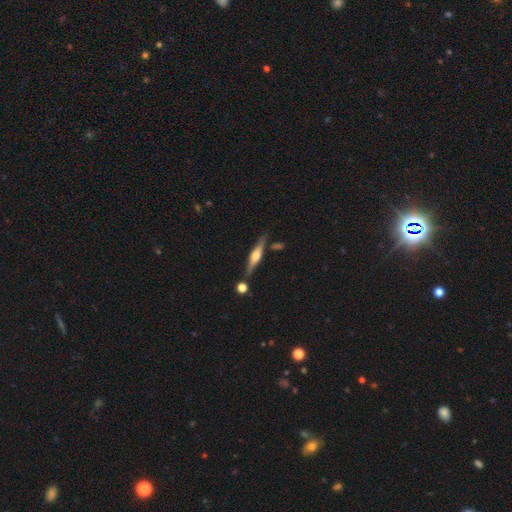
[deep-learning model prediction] Q: Smooth or featured?
A: featured or disk (73%); runner-up: smooth (21%)
Q: Edge-on disk?
A: yes (96%); runner-up: no (4%)
Q: Edge-on bulge?
A: rounded (89%); runner-up: boxy (8%)
Q: Merging?
A: none (80%); runner-up: minor disturbance (11%)